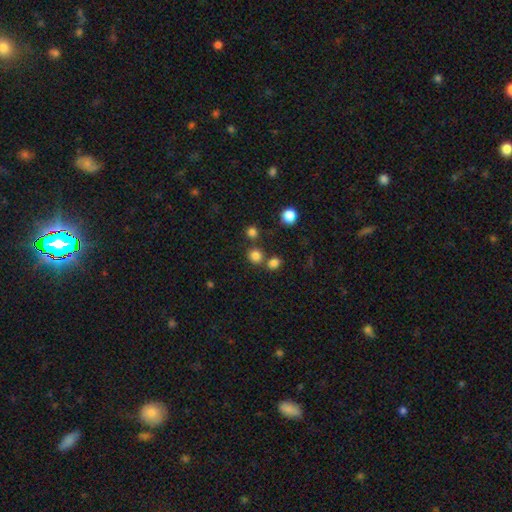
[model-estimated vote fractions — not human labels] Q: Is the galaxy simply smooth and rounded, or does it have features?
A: smooth — 79%.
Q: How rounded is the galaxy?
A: round — 86%.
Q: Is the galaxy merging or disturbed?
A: none — 71%.